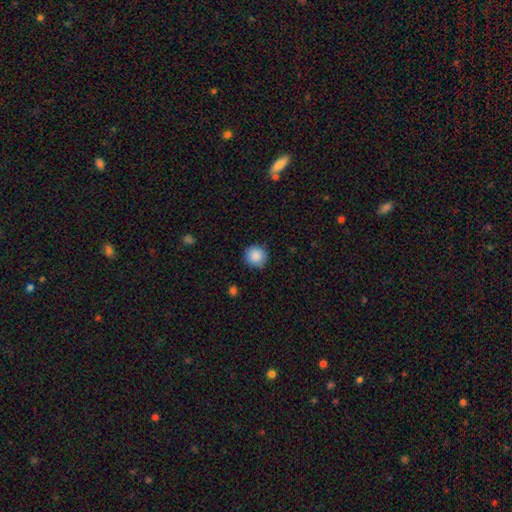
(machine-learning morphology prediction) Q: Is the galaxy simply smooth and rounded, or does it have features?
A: smooth — 88%.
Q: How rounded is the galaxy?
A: round — 92%.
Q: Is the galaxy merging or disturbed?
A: none — 88%.